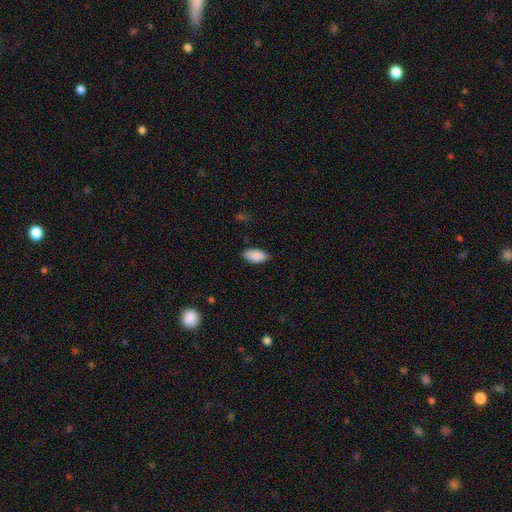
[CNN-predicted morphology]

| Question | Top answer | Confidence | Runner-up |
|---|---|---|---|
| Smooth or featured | smooth | 89% | star or artifact (7%) |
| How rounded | in between | 95% | round (3%) |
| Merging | none | 83% | minor disturbance (13%) |